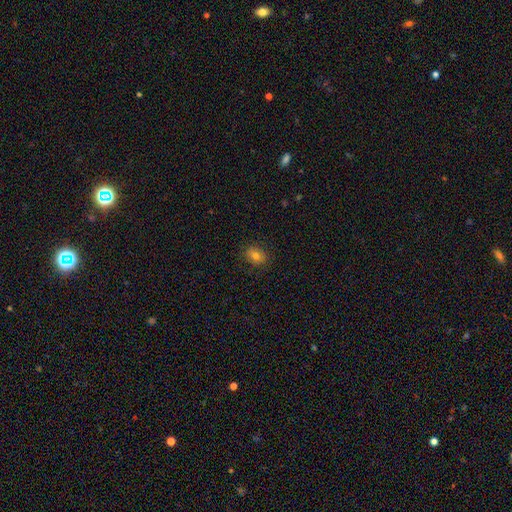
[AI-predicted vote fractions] A smooth galaxy with no disk features (78%) that is round (50%). Merging: none (87%).